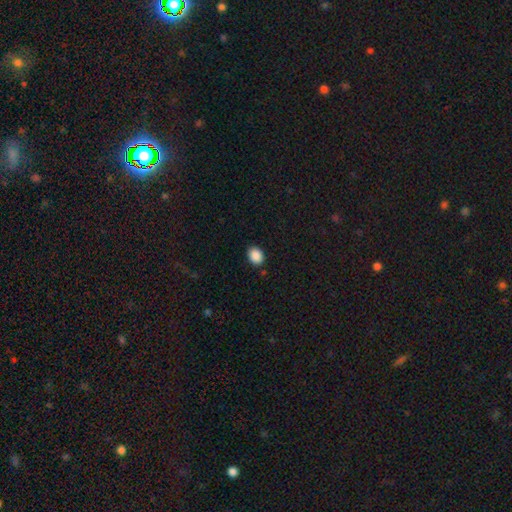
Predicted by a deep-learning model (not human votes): Smooth or featured? smooth (89%)
How rounded? in between (60%)
Merging? none (87%)